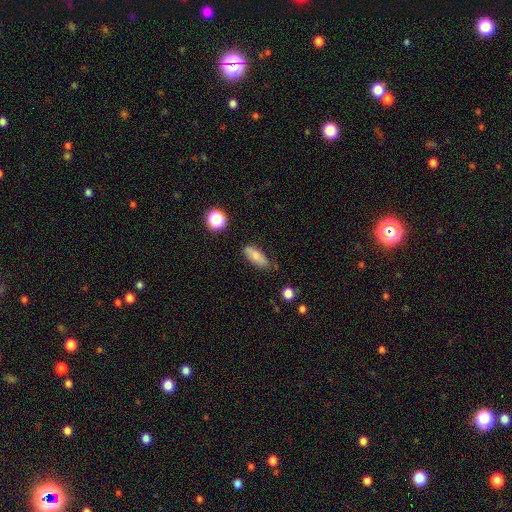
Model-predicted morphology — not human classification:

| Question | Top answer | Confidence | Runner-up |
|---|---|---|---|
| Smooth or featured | smooth | 75% | featured or disk (16%) |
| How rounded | in between | 72% | cigar-shaped (25%) |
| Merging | none | 72% | minor disturbance (21%) |